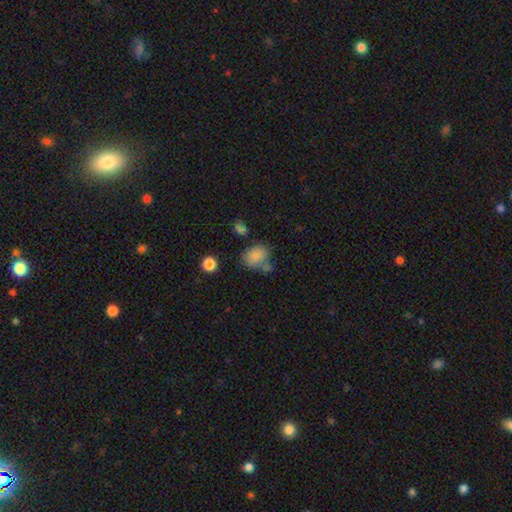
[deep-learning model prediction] This appears to be a smooth galaxy with no disk features (81%) that is in between round and cigar-shaped (50%). Merging: none (56%).